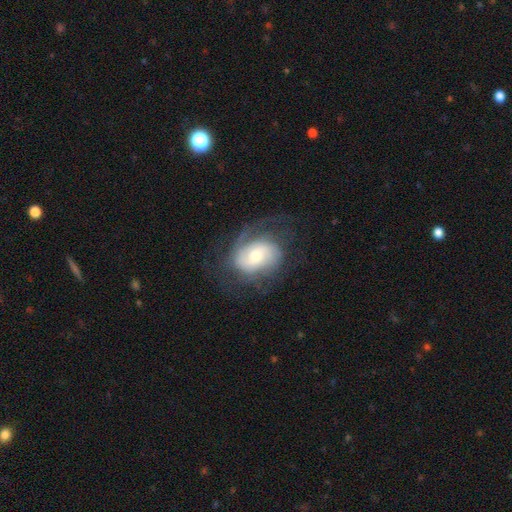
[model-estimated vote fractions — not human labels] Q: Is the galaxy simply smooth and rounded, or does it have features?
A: featured or disk — 72%.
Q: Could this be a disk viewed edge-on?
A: no — 97%.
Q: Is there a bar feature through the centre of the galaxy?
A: no — 61%.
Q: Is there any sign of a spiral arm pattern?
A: yes — 91%.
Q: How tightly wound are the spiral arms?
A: medium — 40%.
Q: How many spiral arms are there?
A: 2 — 53%.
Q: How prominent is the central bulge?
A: moderate — 46%.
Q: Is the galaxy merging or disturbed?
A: none — 59%.